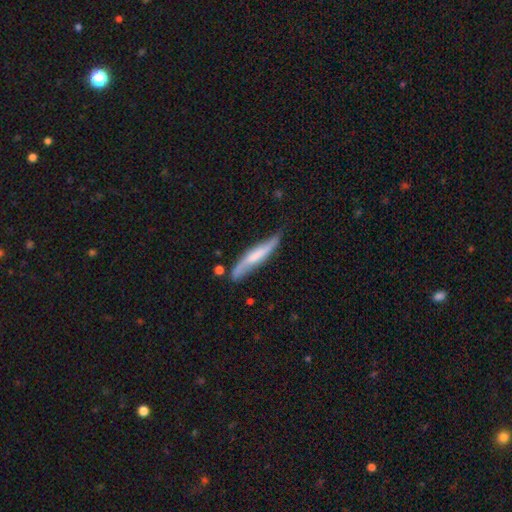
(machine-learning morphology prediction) featured or disk 50%, smooth 44%, star or artifact 6%. Down the decision tree: edge-on disk — yes (59%); merging — none (60%).